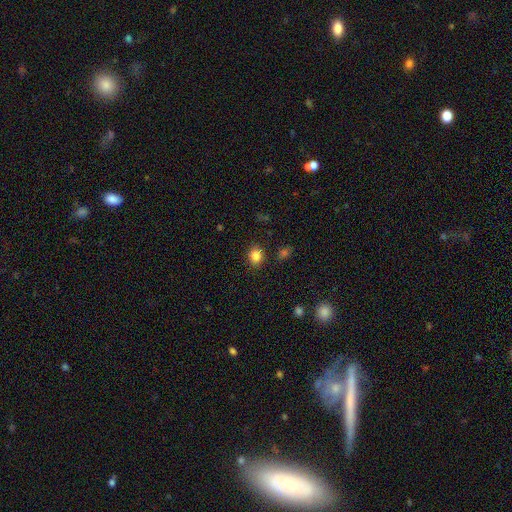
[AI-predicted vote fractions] Morphology: type=smooth (84%); roundness=round (67%); merging=none (87%).